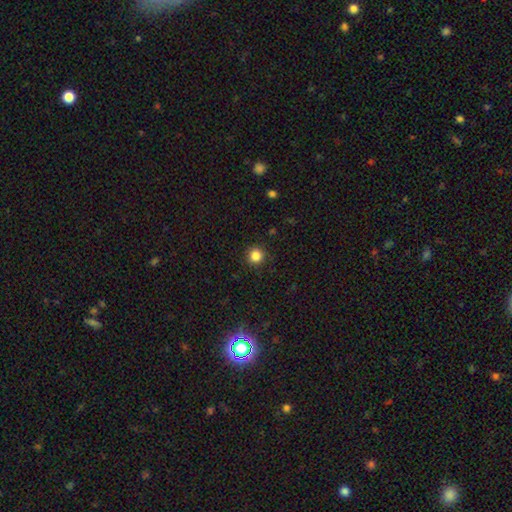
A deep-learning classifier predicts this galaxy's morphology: A smooth galaxy with no disk features (84%) that is round (95%). Merging: none (92%).